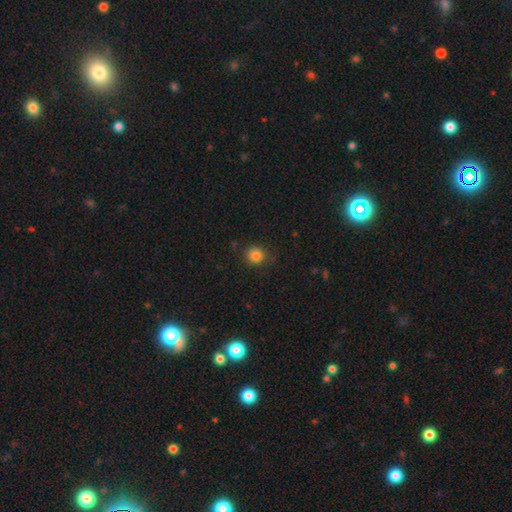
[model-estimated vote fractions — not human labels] Morphology: type=smooth (83%); roundness=round (87%); merging=none (80%).